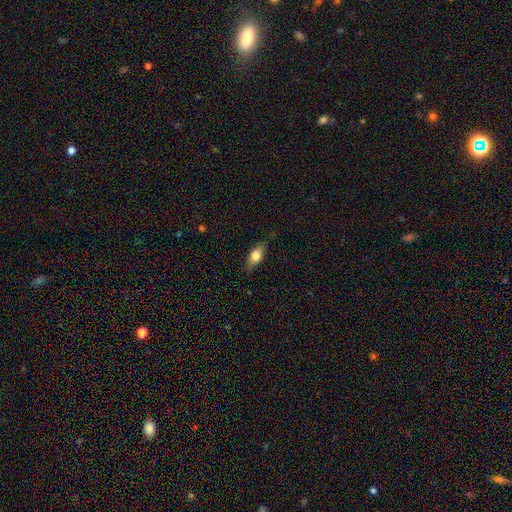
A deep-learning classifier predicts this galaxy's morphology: Smooth or featured? smooth (70%)
How rounded? in between (77%)
Merging? none (79%)